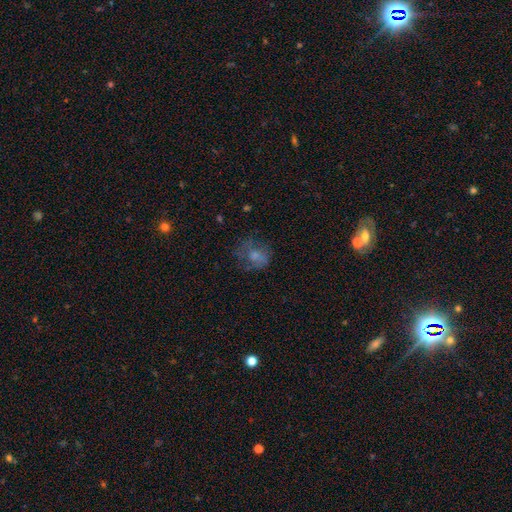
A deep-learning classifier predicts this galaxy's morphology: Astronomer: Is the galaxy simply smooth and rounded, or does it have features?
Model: smooth — 61%.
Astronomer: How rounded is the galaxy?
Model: round — 67%.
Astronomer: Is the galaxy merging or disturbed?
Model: none — 50%.